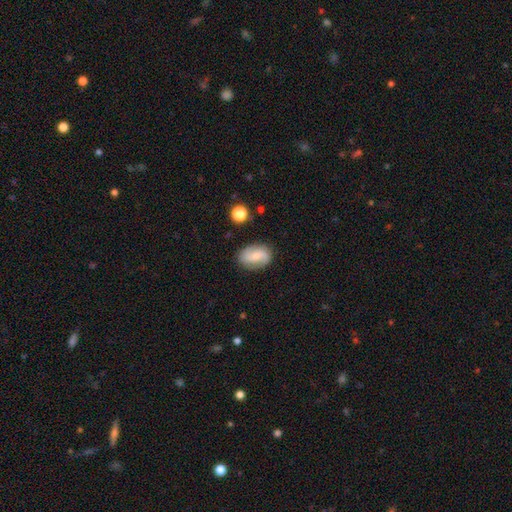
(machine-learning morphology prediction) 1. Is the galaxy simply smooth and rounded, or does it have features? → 54% featured or disk, 39% smooth, 8% star or artifact.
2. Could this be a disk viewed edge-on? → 96% no, 4% yes.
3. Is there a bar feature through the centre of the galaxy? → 50% no, 39% weak, 11% strong.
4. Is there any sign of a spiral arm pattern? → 89% yes, 11% no.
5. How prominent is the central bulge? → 54% small, 35% moderate, 7% none, 3% large, 1% dominant.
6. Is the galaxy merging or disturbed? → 80% none, 15% minor disturbance, 4% major disturbance, 2% merger.